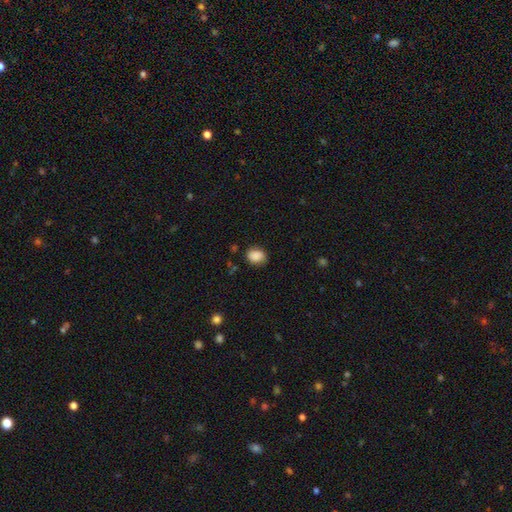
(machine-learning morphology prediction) Smooth or featured? smooth (85%)
How rounded? in between (50%)
Merging? none (76%)